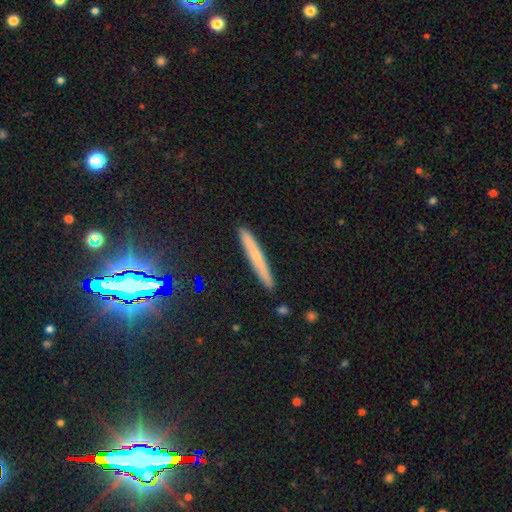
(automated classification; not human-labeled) Morphology: type=smooth (54%); roundness=cigar-shaped (95%); merging=none (89%).